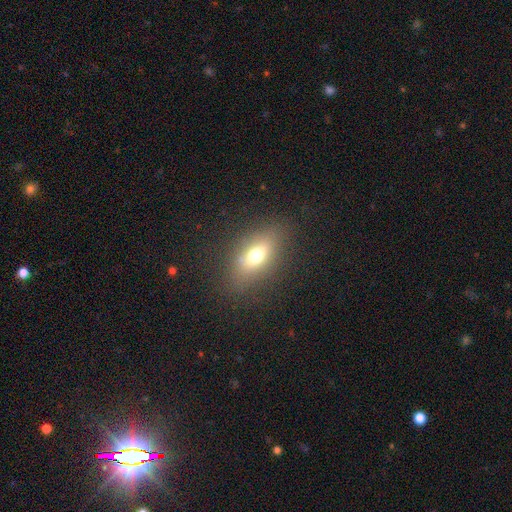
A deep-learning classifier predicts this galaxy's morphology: smooth_or_featured: smooth (p=0.67) [alt: featured or disk p=0.21]
how_rounded: in between (p=0.77) [alt: cigar-shaped p=0.12]
merging: none (p=0.81) [alt: minor disturbance p=0.12]